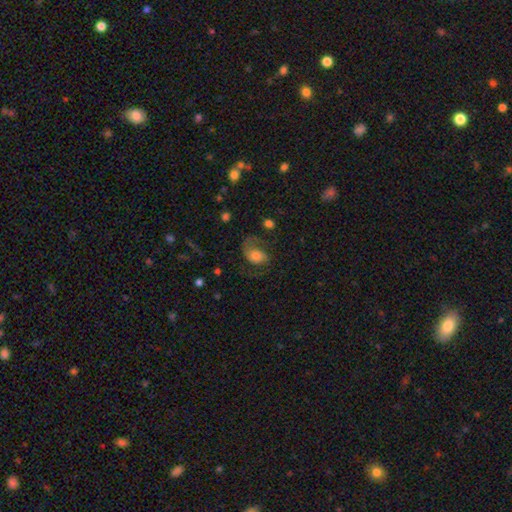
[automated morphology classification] Q: Smooth or featured?
A: featured or disk (54%); runner-up: smooth (36%)
Q: Edge-on disk?
A: no (97%); runner-up: yes (3%)
Q: Bar?
A: no (68%); runner-up: weak (25%)
Q: Spiral arms?
A: yes (87%); runner-up: no (13%)
Q: Bulge size?
A: moderate (36%); runner-up: small (26%)
Q: Merging?
A: none (48%); runner-up: major disturbance (30%)